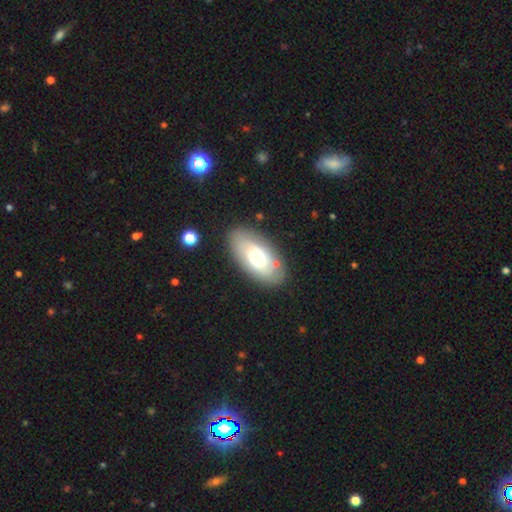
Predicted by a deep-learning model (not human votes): Smooth or featured? Predicted: smooth (p=0.52). How rounded? Predicted: in between (p=0.93). Merging? Predicted: none (p=0.79).